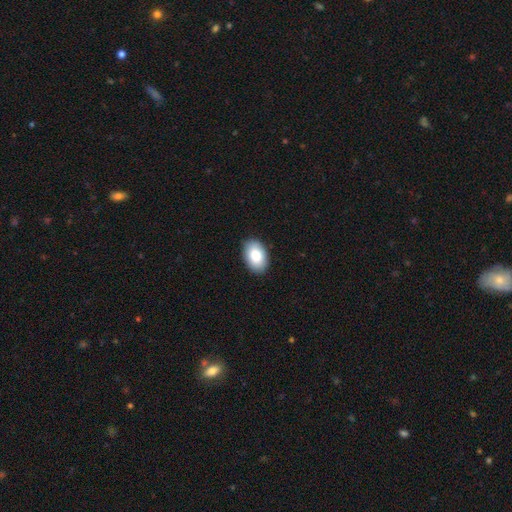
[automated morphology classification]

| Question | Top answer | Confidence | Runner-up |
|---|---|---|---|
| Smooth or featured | smooth | 83% | featured or disk (11%) |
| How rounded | in between | 89% | round (10%) |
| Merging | none | 89% | minor disturbance (8%) |